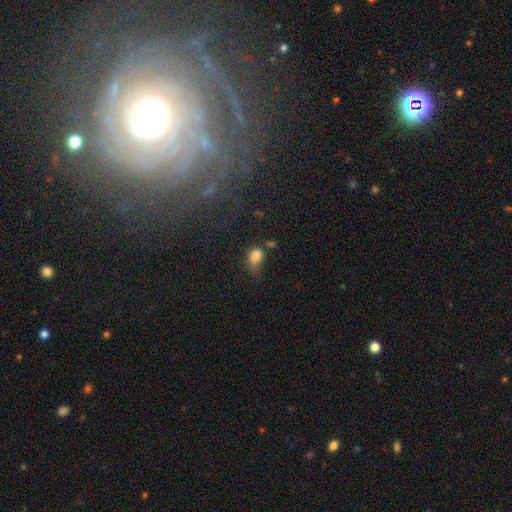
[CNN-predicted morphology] smooth_or_featured: smooth (p=0.78) [alt: star or artifact p=0.12]
how_rounded: in between (p=0.68) [alt: round p=0.30]
merging: minor disturbance (p=0.34) [alt: none p=0.28]